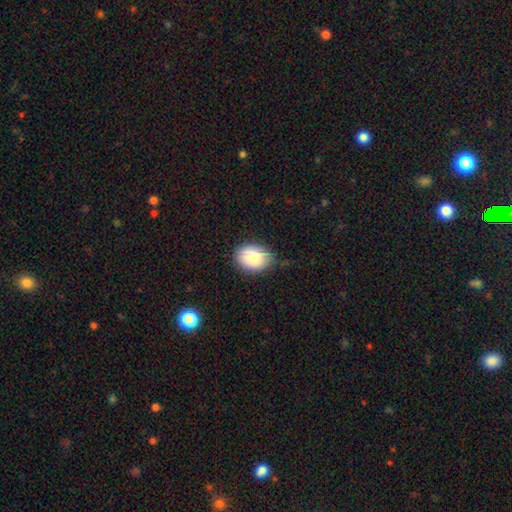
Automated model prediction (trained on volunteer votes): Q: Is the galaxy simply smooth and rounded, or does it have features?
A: smooth — 84%.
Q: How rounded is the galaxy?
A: in between — 73%.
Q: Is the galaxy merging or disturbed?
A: none — 75%.